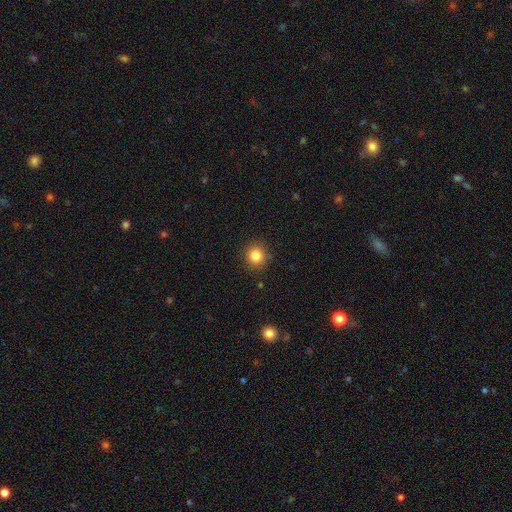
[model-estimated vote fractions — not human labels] Smooth or featured? smooth (83%)
How rounded? round (91%)
Merging? none (89%)